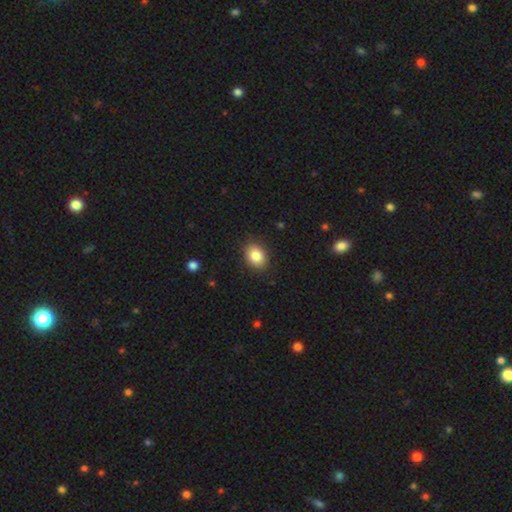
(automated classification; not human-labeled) Smooth or featured?
  - smooth: 85% *
  - star or artifact: 8%
  - featured or disk: 6%
How rounded?
  - in between: 67% *
  - round: 33%
  - cigar-shaped: 1%
Merging?
  - none: 88% *
  - minor disturbance: 9%
  - major disturbance: 2%
  - merger: 1%